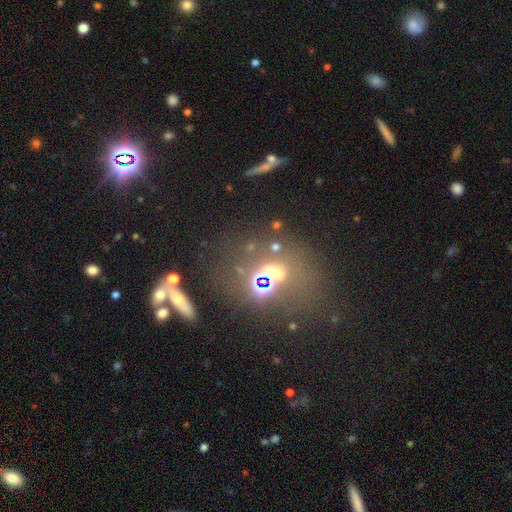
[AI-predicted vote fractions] smooth_or_featured: star or artifact (p=0.55) [alt: smooth p=0.25]